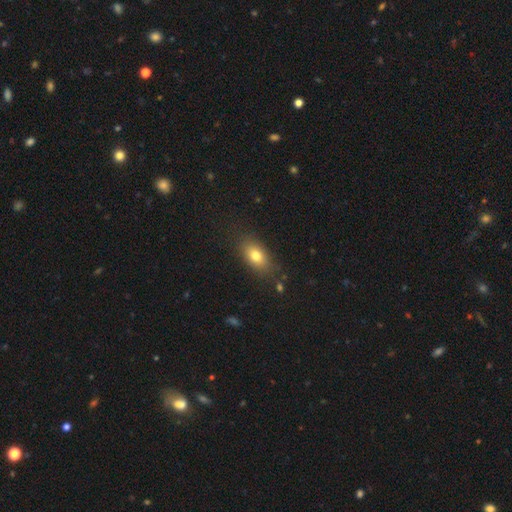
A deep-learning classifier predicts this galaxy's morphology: This appears to be a smooth galaxy with no disk features (79%) that is in between round and cigar-shaped (84%). Merging: none (81%).